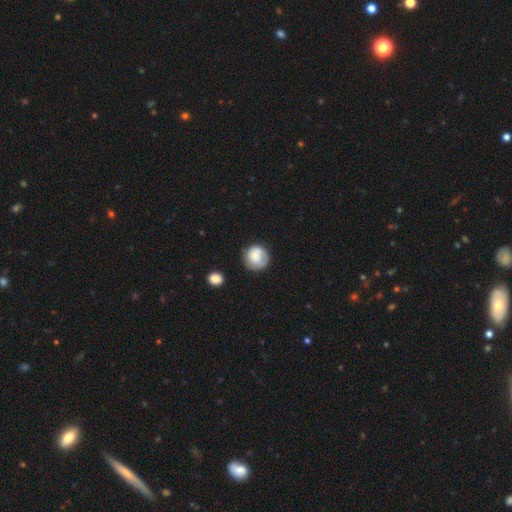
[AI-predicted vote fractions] Morphology: type=smooth (72%); roundness=round (89%); merging=none (70%).